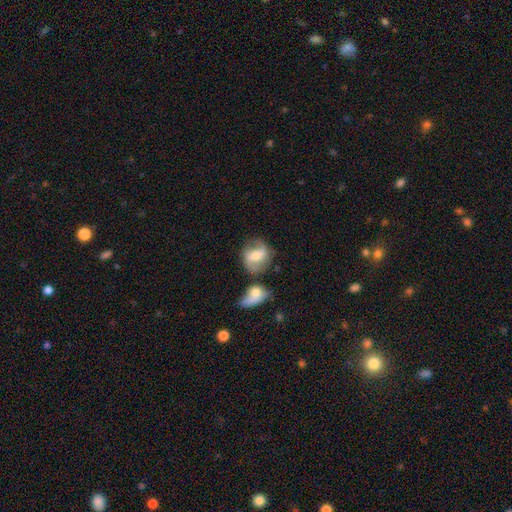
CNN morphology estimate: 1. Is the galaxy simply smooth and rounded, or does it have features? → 61% featured or disk, 32% smooth, 7% star or artifact.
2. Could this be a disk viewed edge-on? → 95% no, 5% yes.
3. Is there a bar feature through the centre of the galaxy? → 44% weak, 33% strong, 22% no.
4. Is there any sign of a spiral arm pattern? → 82% yes, 18% no.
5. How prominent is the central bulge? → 57% moderate, 33% small, 5% large, 3% none, 1% dominant.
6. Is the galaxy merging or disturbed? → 59% none, 18% merger, 17% minor disturbance, 7% major disturbance.